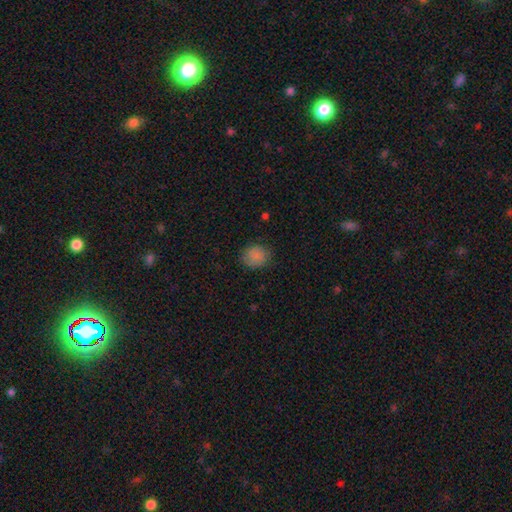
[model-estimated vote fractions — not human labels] smooth 84%, star or artifact 9%, featured or disk 6%. Down the decision tree: how rounded — round (72%); merging — none (79%).